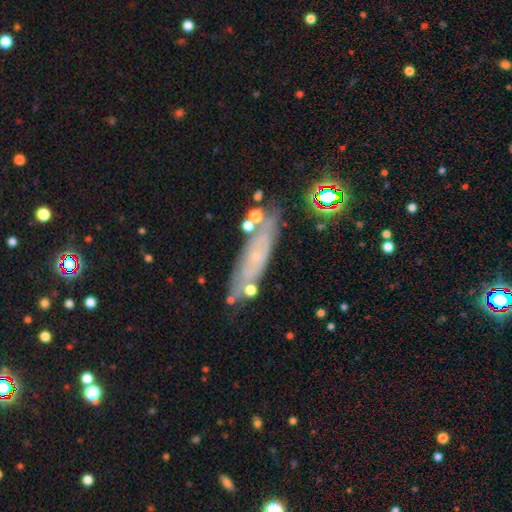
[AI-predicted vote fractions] Q: Smooth or featured?
A: featured or disk (54%); runner-up: smooth (30%)
Q: Edge-on disk?
A: no (60%); runner-up: yes (40%)
Q: Merging?
A: none (74%); runner-up: minor disturbance (16%)